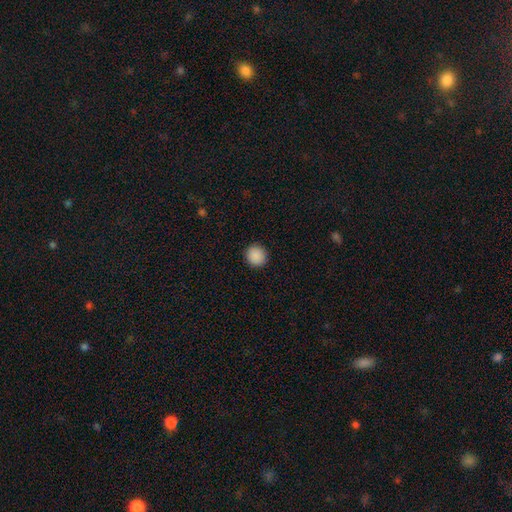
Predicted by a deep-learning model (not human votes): Smooth or featured?
  - smooth: 89% *
  - star or artifact: 8%
  - featured or disk: 2%
How rounded?
  - round: 92% *
  - in between: 7%
  - cigar-shaped: 1%
Merging?
  - none: 92% *
  - minor disturbance: 5%
  - major disturbance: 2%
  - merger: 1%